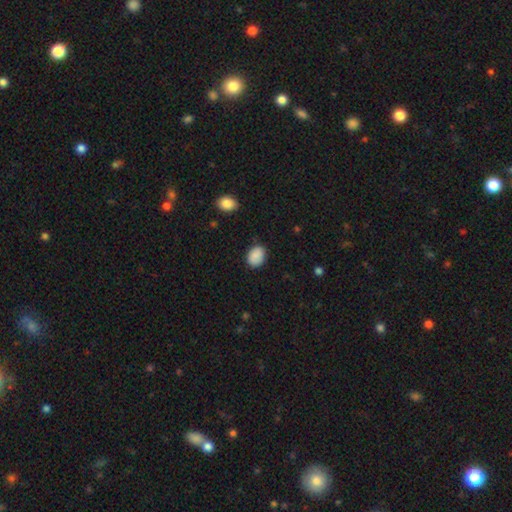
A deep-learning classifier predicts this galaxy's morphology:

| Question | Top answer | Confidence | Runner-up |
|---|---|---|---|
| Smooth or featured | smooth | 88% | star or artifact (7%) |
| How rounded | in between | 69% | round (30%) |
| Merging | none | 82% | minor disturbance (14%) |